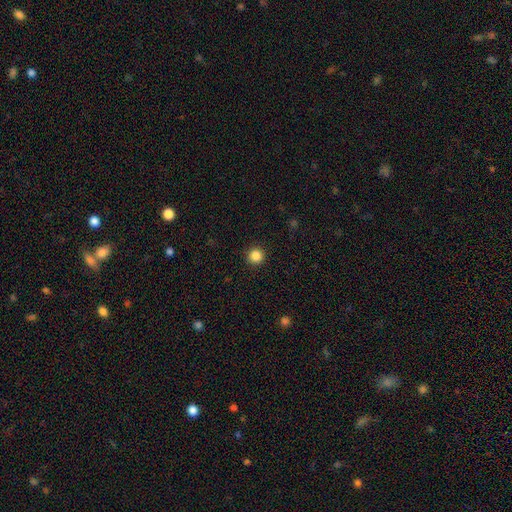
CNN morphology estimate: type=smooth (85%); roundness=round (95%); merging=none (92%).